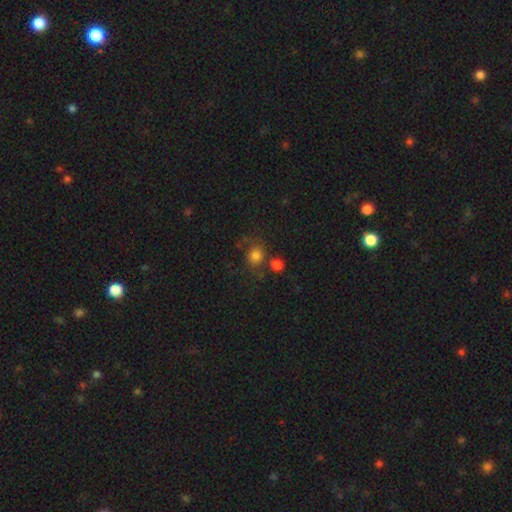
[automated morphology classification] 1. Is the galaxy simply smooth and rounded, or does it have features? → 78% smooth, 14% star or artifact, 8% featured or disk.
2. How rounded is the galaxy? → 82% round, 17% in between, 1% cigar-shaped.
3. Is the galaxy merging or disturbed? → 59% none, 20% merger, 13% minor disturbance, 8% major disturbance.